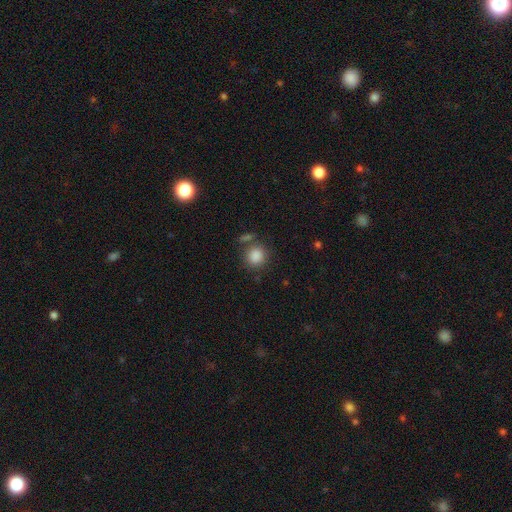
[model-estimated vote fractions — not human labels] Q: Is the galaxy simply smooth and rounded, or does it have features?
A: smooth — 87%.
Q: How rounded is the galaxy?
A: round — 85%.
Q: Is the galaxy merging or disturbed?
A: none — 75%.